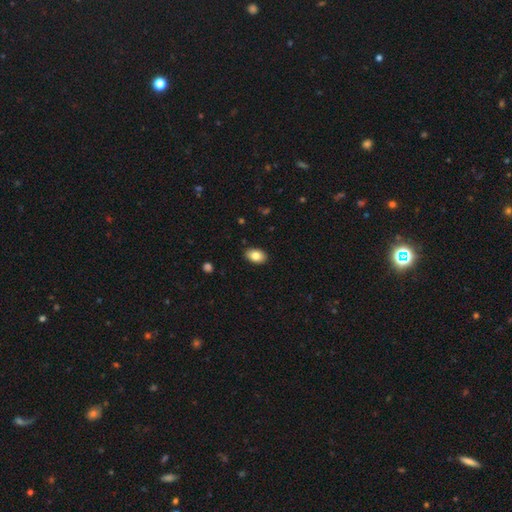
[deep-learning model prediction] This is clearly a smooth galaxy (83%). How rounded: clearly in between (89%). Merging: clearly none (89%).